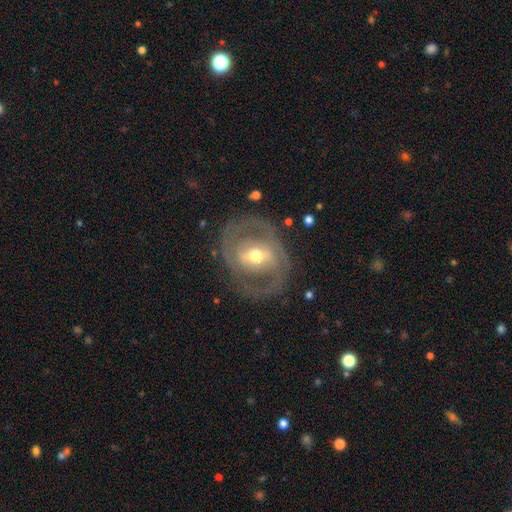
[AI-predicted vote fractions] Q: Smooth or featured?
A: featured or disk (77%); runner-up: smooth (18%)
Q: Edge-on disk?
A: no (95%); runner-up: yes (5%)
Q: Bar?
A: weak (38%); runner-up: strong (35%)
Q: Spiral arms?
A: yes (59%); runner-up: no (41%)
Q: Bulge size?
A: moderate (65%); runner-up: small (26%)
Q: Merging?
A: none (74%); runner-up: minor disturbance (14%)